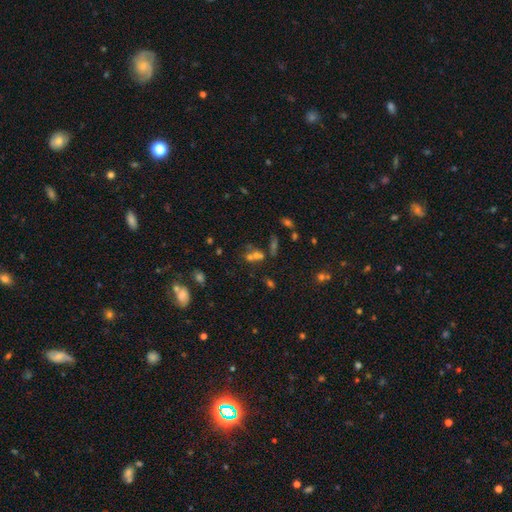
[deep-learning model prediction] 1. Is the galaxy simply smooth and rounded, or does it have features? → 47% smooth, 33% star or artifact, 20% featured or disk.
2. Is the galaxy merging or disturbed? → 43% merger, 41% none, 10% minor disturbance, 7% major disturbance.